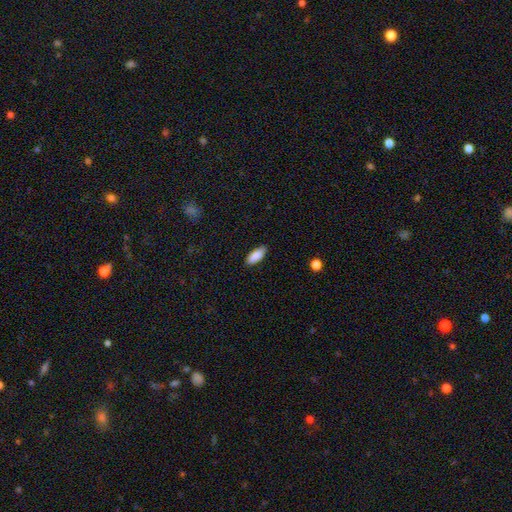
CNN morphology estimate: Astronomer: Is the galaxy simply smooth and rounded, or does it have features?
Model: smooth — 89%.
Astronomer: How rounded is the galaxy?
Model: in between — 81%.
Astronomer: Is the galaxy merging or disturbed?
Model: none — 85%.